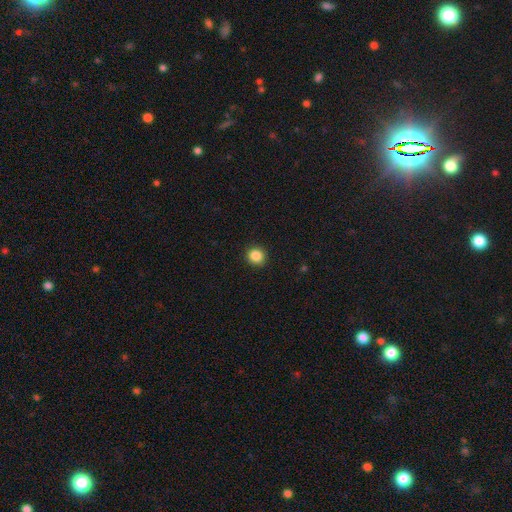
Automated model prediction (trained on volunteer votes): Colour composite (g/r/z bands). It shows a smooth galaxy with no disk features (86%) that is round (89%). Merging: none (92%).